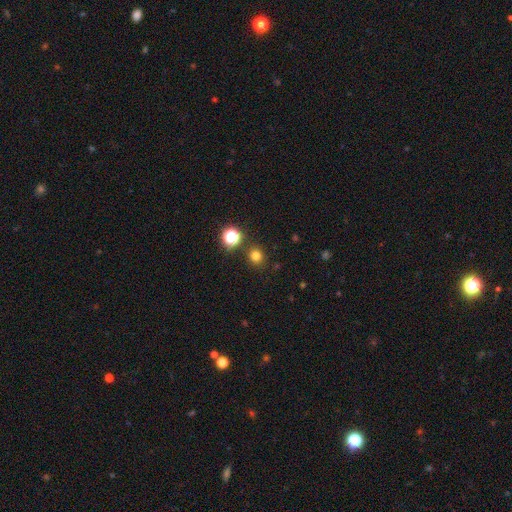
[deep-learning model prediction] The model was most divided on "smooth or featured": smooth: 76%, star or artifact: 18%, featured or disk: 6%. More confident: how rounded — round (88%); merging — none (86%).